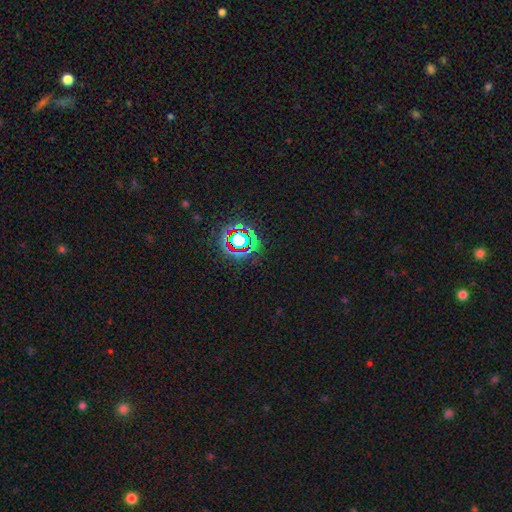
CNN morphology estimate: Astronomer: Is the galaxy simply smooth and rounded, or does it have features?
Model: star or artifact — 73%.